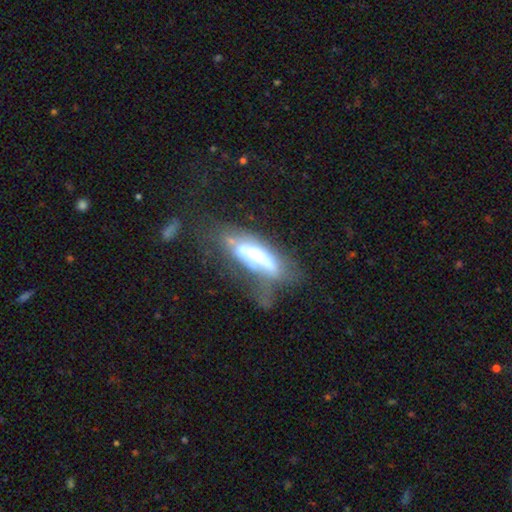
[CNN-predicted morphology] featured or disk 61%, smooth 30%, star or artifact 9%. Down the decision tree: edge-on disk — no (59%); merging — major disturbance (37%).